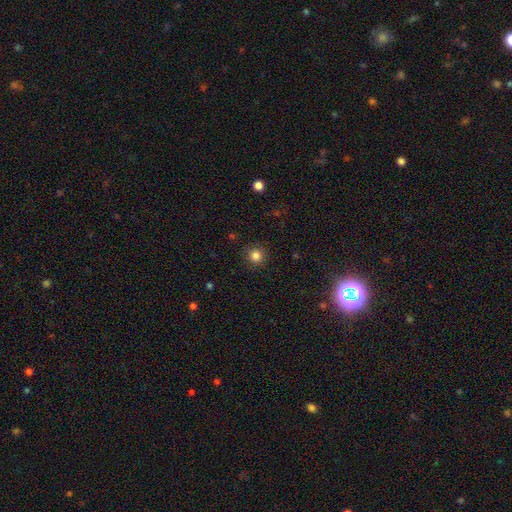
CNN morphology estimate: A smooth galaxy with no disk features (83%) that is round (94%).

Vote fractions:
- Smooth or featured? smooth: 83% / star or artifact: 12% / featured or disk: 4%
- How rounded? round: 94% / in between: 5% / cigar-shaped: 1%
- Merging? none: 89% / minor disturbance: 7% / major disturbance: 2% / merger: 1%